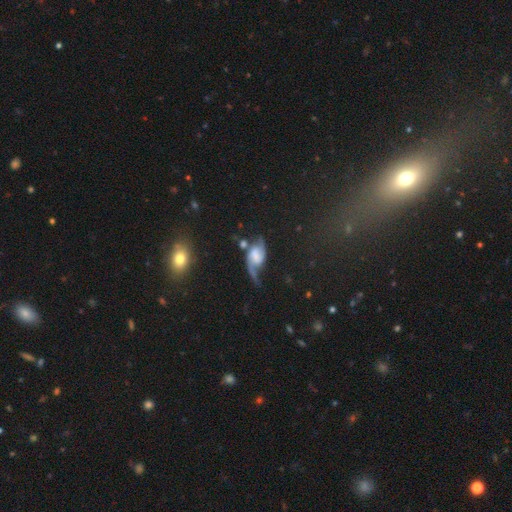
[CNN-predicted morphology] smooth_or_featured: featured or disk (p=0.75) [alt: smooth p=0.15]
disk_edge_on: no (p=0.96) [alt: yes p=0.04]
bar: weak (p=0.41) [alt: no p=0.40]
has_spiral_arms: yes (p=0.93) [alt: no p=0.07]
spiral_winding: loose (p=0.58) [alt: medium p=0.31]
spiral_arm_count: 2 (p=0.85) [alt: 1 p=0.09]
bulge_size: none (p=0.38) [alt: small p=0.21]
merging: none (p=0.38) [alt: major disturbance p=0.26]